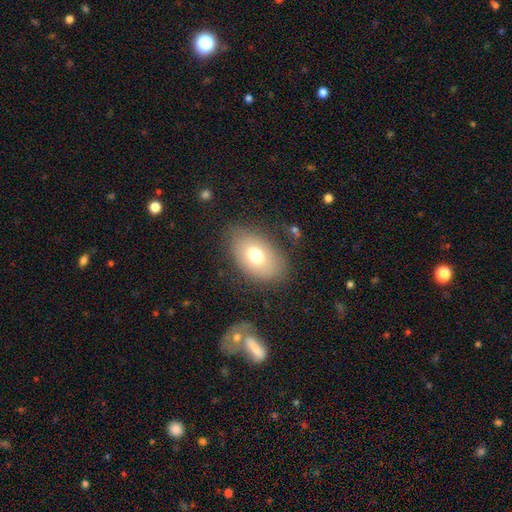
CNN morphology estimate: A smooth galaxy with no disk features (70%) that is in between round and cigar-shaped (85%).

Vote fractions:
- Smooth or featured? smooth: 70% / featured or disk: 19% / star or artifact: 10%
- How rounded? in between: 85% / round: 13% / cigar-shaped: 1%
- Merging? none: 76% / minor disturbance: 15% / major disturbance: 7% / merger: 2%